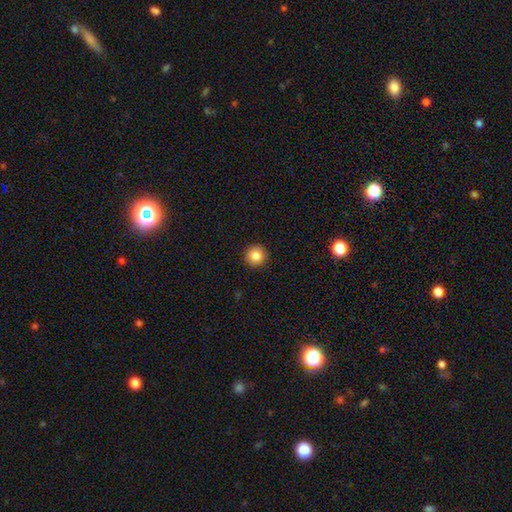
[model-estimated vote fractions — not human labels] Morphology: type=smooth (85%); roundness=round (96%); merging=none (93%).